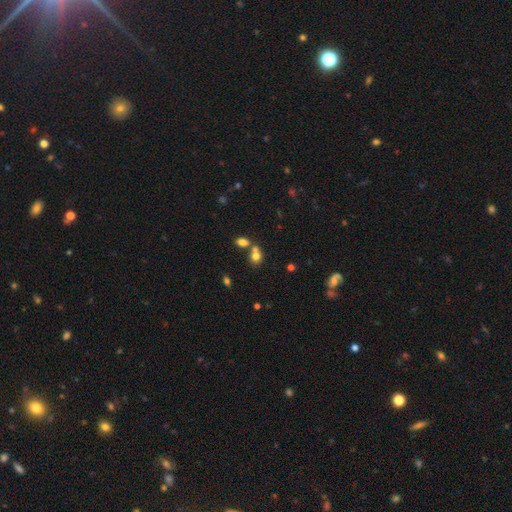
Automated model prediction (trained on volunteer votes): smooth_or_featured: smooth (p=0.74) [alt: star or artifact p=0.14]
how_rounded: round (p=0.56) [alt: in between p=0.42]
merging: merger (p=0.46) [alt: none p=0.42]